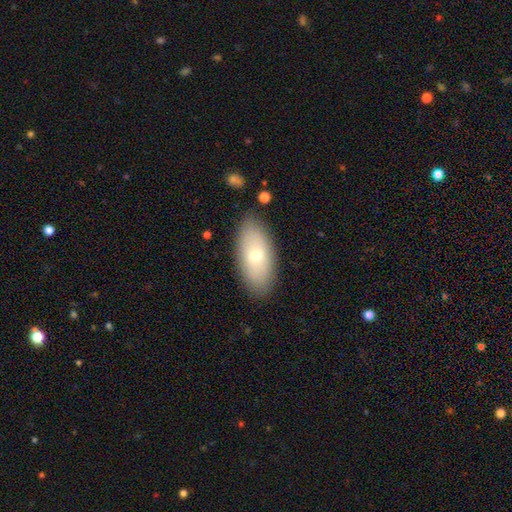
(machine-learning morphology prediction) Smooth or featured? smooth (67%)
How rounded? in between (90%)
Merging? none (84%)